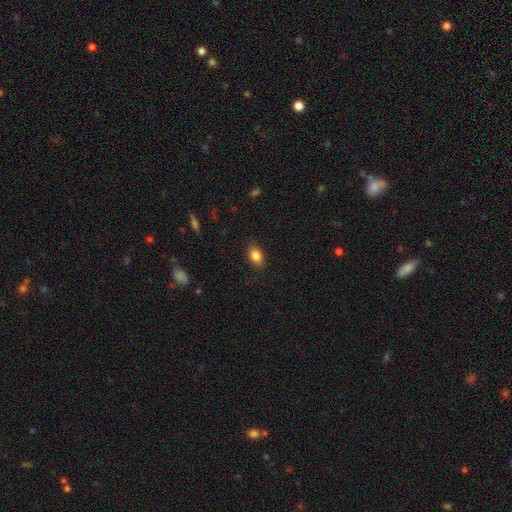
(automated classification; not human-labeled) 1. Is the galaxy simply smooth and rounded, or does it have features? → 85% smooth, 9% star or artifact, 6% featured or disk.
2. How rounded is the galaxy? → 83% in between, 16% round, 2% cigar-shaped.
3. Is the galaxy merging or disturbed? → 86% none, 10% minor disturbance, 3% major disturbance, 1% merger.